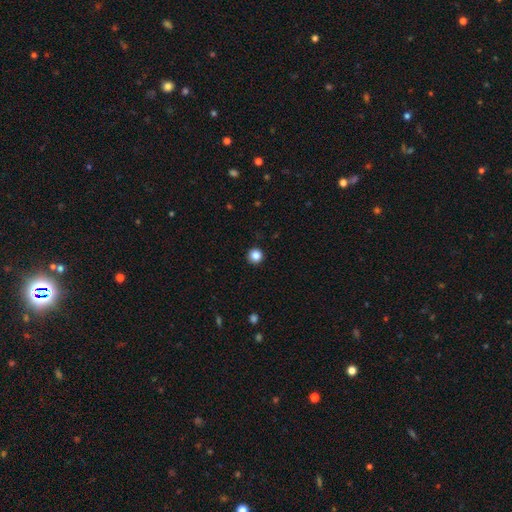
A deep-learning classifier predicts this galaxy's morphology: Smooth or featured: smooth — 86% (star or artifact — 11%)
How rounded: round — 96% (in between — 3%)
Merging: none — 93% (minor disturbance — 4%)